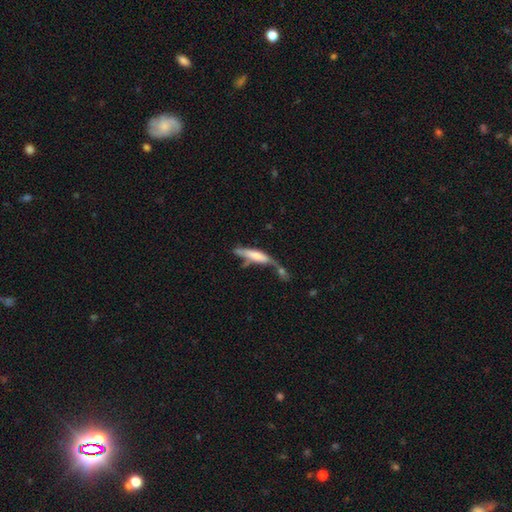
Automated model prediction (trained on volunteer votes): Morphology: type=smooth (56%); roundness=cigar-shaped (77%); merging=merger (44%).